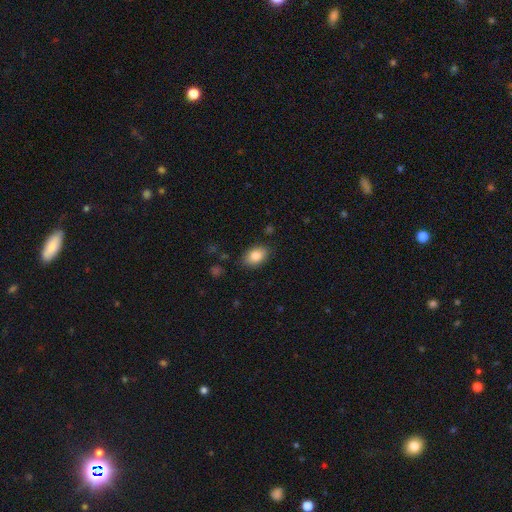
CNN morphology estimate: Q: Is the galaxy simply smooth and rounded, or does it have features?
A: smooth — 83%.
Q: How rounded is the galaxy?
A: in between — 86%.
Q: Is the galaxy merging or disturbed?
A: none — 85%.